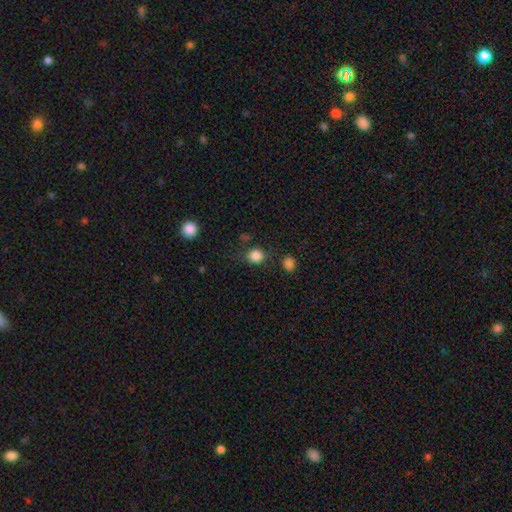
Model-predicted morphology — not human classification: smooth 84%, star or artifact 12%, featured or disk 4%. Down the decision tree: how rounded — round (81%); merging — none (77%).